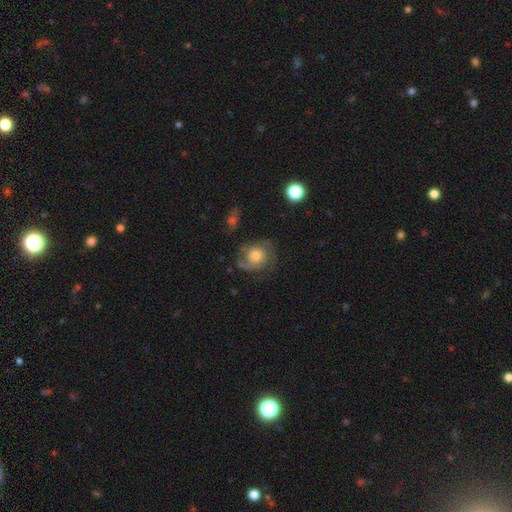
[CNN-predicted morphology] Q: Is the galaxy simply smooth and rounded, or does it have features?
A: featured or disk — 68%.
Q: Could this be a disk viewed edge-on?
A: no — 98%.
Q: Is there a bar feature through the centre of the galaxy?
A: no — 81%.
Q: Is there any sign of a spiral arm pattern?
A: yes — 88%.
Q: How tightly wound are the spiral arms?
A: tight — 47%.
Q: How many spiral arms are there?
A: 2 — 57%.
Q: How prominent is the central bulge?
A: moderate — 52%.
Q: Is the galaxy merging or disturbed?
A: none — 64%.